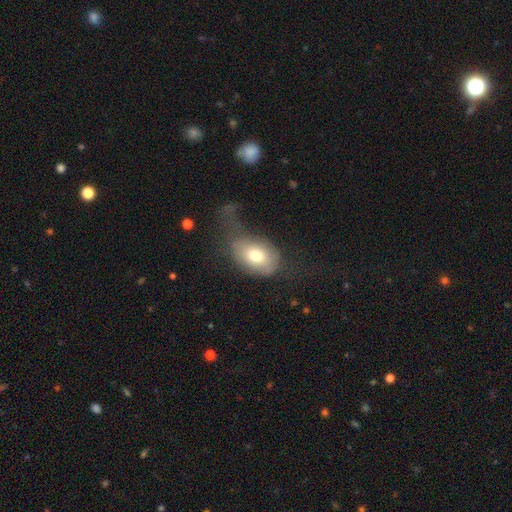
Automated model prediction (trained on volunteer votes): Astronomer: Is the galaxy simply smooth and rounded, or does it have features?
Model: smooth — 73%.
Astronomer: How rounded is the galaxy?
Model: in between — 84%.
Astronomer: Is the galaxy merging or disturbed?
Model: major disturbance — 39% (runner-up: none, 30%).